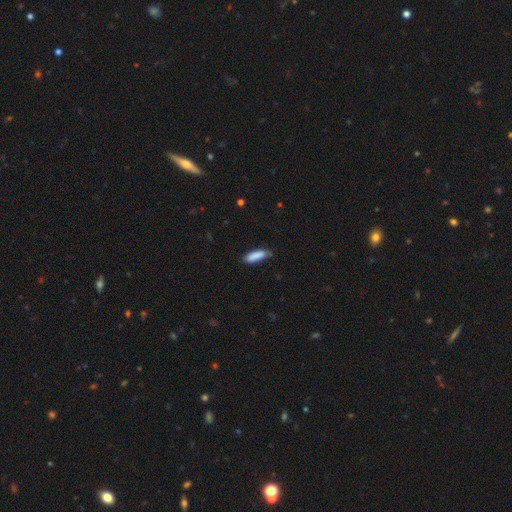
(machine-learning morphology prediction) A smooth galaxy with no disk features (88%) that is in between round and cigar-shaped (51%).

Vote fractions:
- Smooth or featured? smooth: 88% / star or artifact: 7% / featured or disk: 6%
- How rounded? in between: 51% / cigar-shaped: 48% / round: 2%
- Merging? none: 73% / minor disturbance: 22% / major disturbance: 3% / merger: 2%